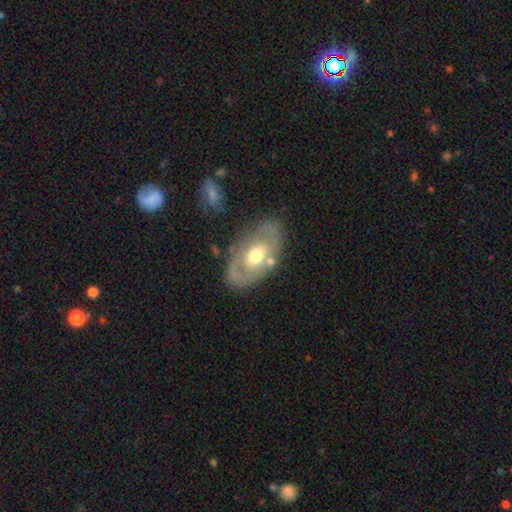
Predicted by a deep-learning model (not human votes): Smooth or featured: featured or disk — 61% (smooth — 33%)
Edge-on disk: no — 90% (yes — 10%)
Bar: no — 75% (weak — 19%)
Spiral arms: no — 67% (yes — 33%)
Bulge size: moderate — 73% (small — 14%)
Merging: none — 74% (minor disturbance — 15%)